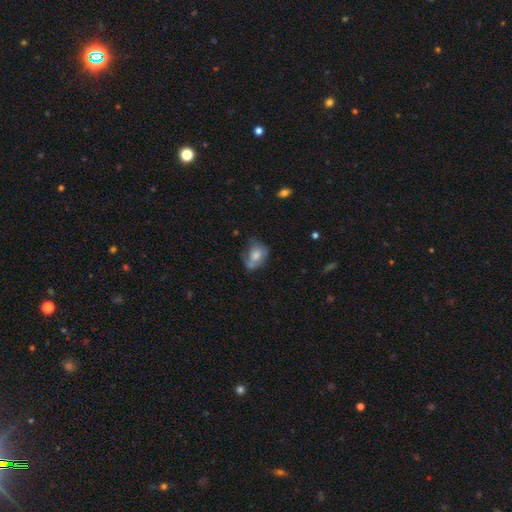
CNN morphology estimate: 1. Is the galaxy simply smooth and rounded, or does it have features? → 60% smooth, 31% featured or disk, 9% star or artifact.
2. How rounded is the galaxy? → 70% in between, 28% round, 2% cigar-shaped.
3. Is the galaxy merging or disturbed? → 39% none, 33% minor disturbance, 20% major disturbance, 8% merger.